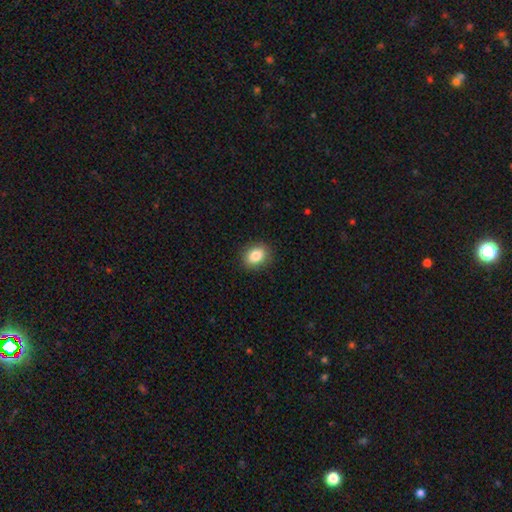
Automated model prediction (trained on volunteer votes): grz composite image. It shows a smooth galaxy with no disk features (85%) that is in between round and cigar-shaped (62%). Merging: none (88%).